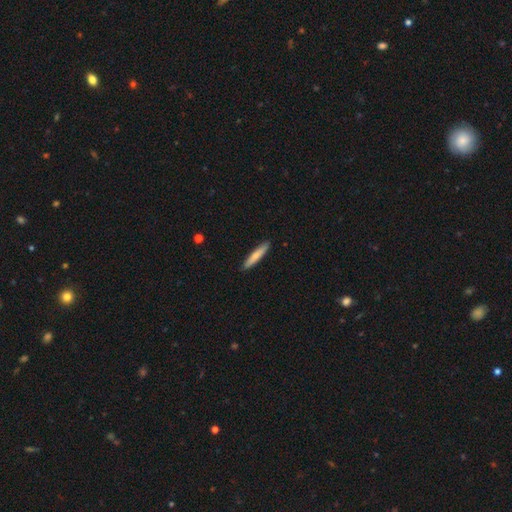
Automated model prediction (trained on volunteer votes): Smooth or featured? smooth (74%)
How rounded? cigar-shaped (91%)
Merging? none (90%)